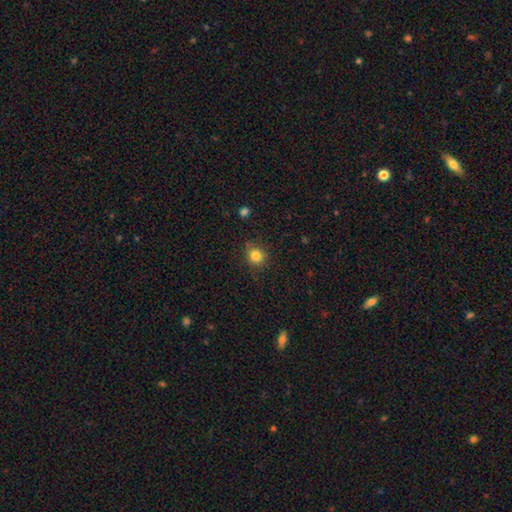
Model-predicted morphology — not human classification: Q: Smooth or featured?
A: smooth (83%); runner-up: star or artifact (12%)
Q: How rounded?
A: round (84%); runner-up: in between (15%)
Q: Merging?
A: none (83%); runner-up: minor disturbance (12%)